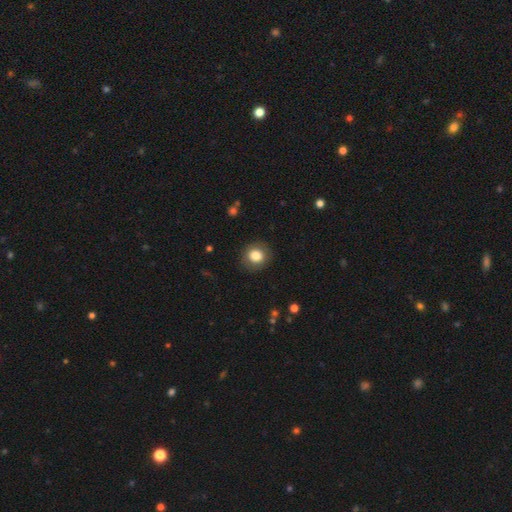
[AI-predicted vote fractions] Q: Smooth or featured?
A: smooth (83%); runner-up: star or artifact (9%)
Q: How rounded?
A: round (86%); runner-up: in between (13%)
Q: Merging?
A: none (89%); runner-up: minor disturbance (7%)